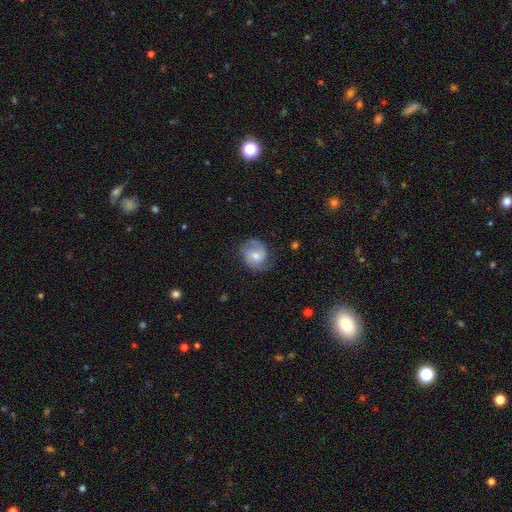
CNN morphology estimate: type=featured or disk (62%); edge-on=no (97%); bar=no (65%); spiral arms=yes (91%); winding=medium (45%); arm count=2 (76%); bulge=moderate (55%); merging=none (70%).